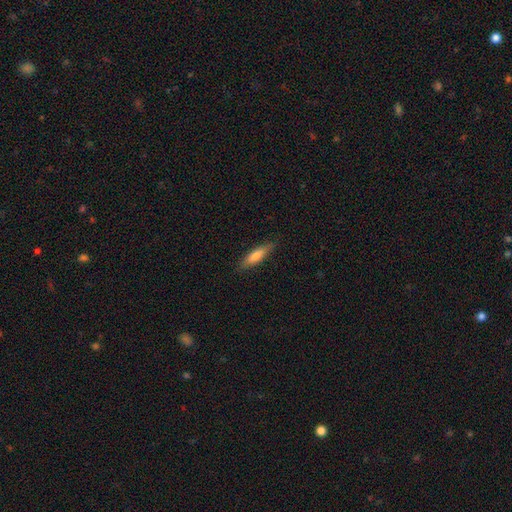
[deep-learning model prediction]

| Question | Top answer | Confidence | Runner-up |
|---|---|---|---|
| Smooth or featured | smooth | 71% | featured or disk (23%) |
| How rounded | cigar-shaped | 74% | in between (25%) |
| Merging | none | 85% | minor disturbance (12%) |